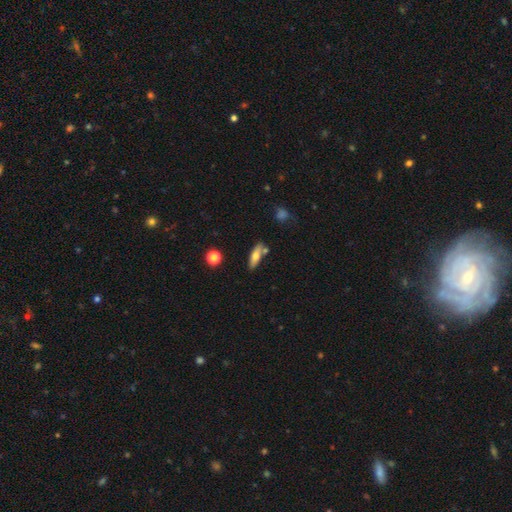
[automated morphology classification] This is likely a smooth galaxy (66%). How rounded: possibly cigar-shaped (49%). Merging: likely none (69%).